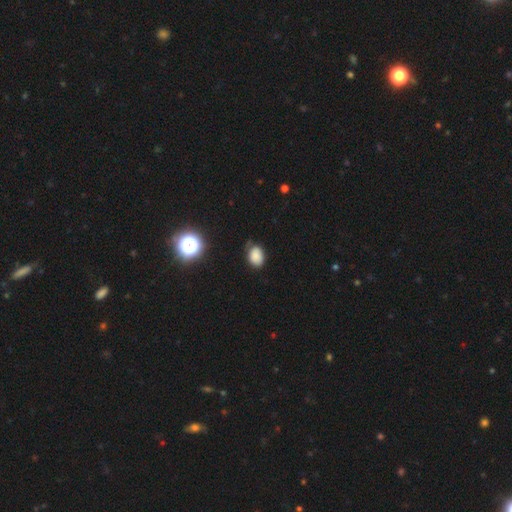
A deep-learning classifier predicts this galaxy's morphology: smooth 82%, star or artifact 12%, featured or disk 6%. Down the decision tree: how rounded — in between (73%); merging — none (67%).